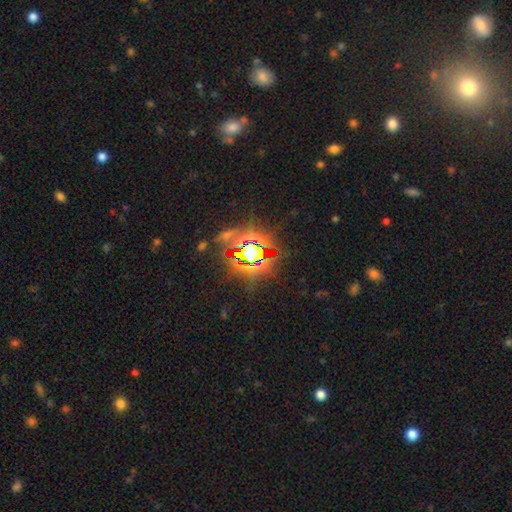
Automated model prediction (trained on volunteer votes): Morphology: type=star or artifact (79%).